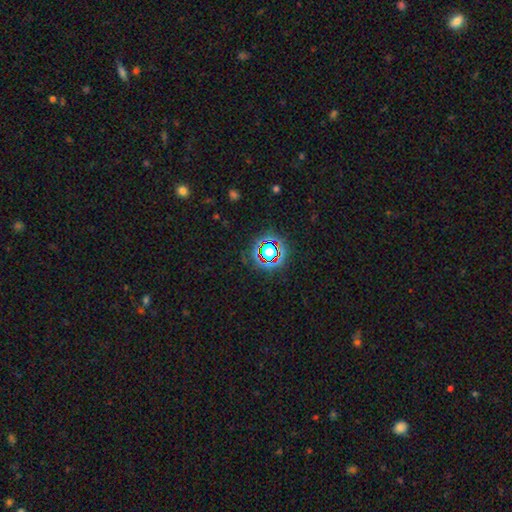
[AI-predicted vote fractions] Q: Smooth or featured?
A: star or artifact (78%); runner-up: smooth (13%)